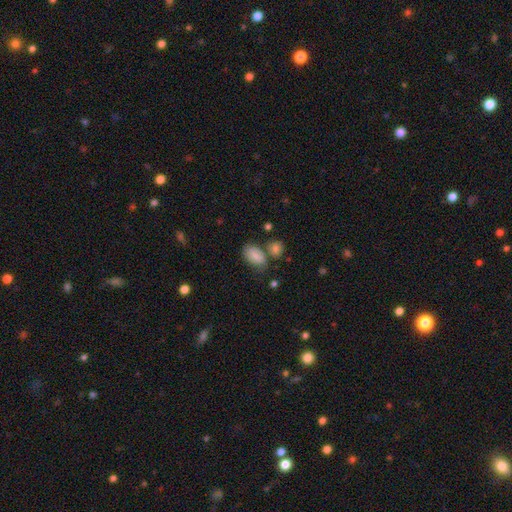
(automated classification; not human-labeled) Q: Smooth or featured?
A: smooth (82%); runner-up: featured or disk (11%)
Q: How rounded?
A: in between (90%); runner-up: round (8%)
Q: Merging?
A: none (55%); runner-up: minor disturbance (21%)